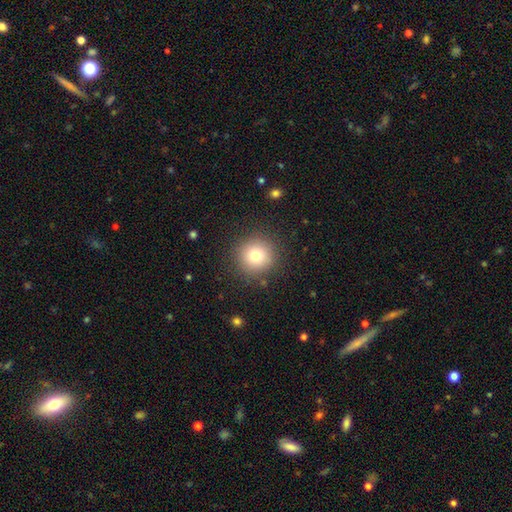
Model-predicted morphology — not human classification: smooth_or_featured: smooth (p=0.77) [alt: star or artifact p=0.13]
how_rounded: round (p=0.94) [alt: in between p=0.05]
merging: none (p=0.89) [alt: minor disturbance p=0.07]